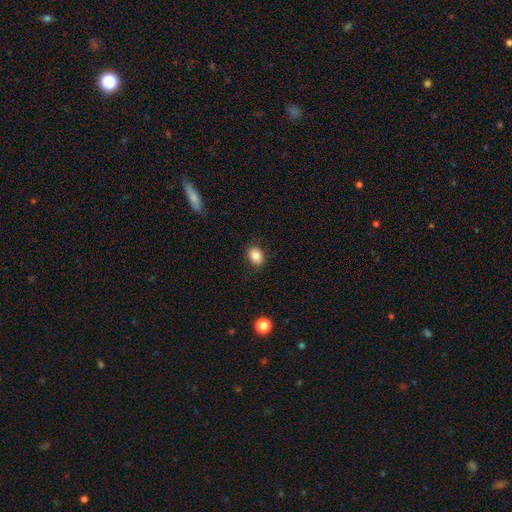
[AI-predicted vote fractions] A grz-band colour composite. It shows a smooth galaxy with no disk features (82%) that is in between round and cigar-shaped (62%). Merging: none (87%).